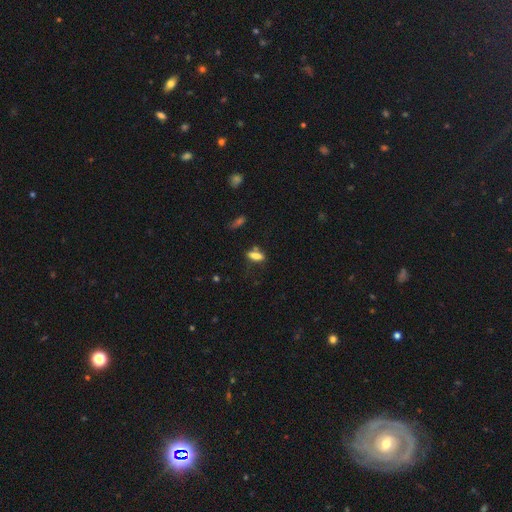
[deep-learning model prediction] A smooth galaxy with no disk features (75%) that is in between round and cigar-shaped (62%).

Vote fractions:
- Smooth or featured? smooth: 75% / featured or disk: 14% / star or artifact: 11%
- How rounded? in between: 62% / cigar-shaped: 33% / round: 5%
- Merging? none: 59% / minor disturbance: 22% / merger: 10% / major disturbance: 9%